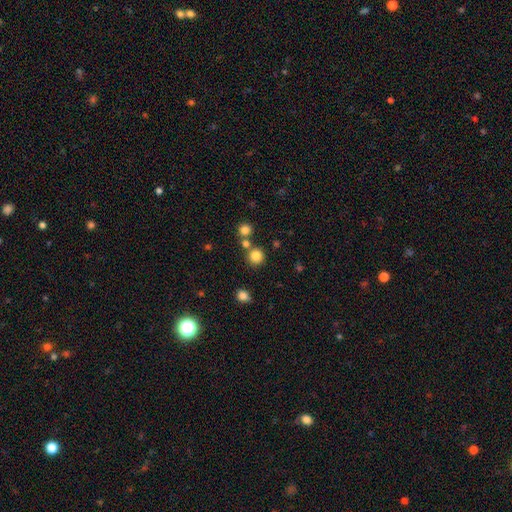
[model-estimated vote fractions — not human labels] Smooth or featured: smooth — 81% (star or artifact — 14%)
How rounded: round — 92% (in between — 7%)
Merging: none — 76% (merger — 13%)